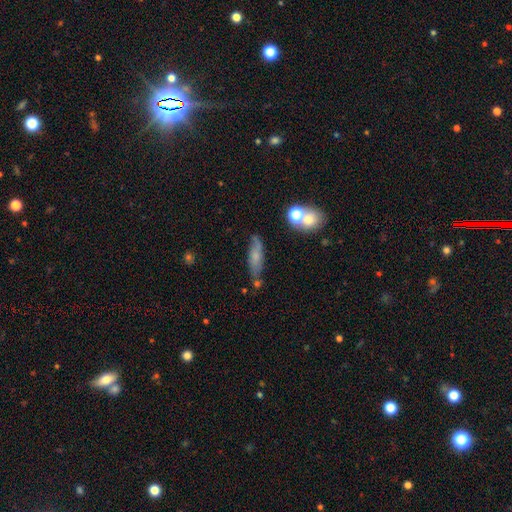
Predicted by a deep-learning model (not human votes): This appears to be a smooth galaxy with no disk features (56%) that is cigar-shaped (53%). Merging: none (63%).